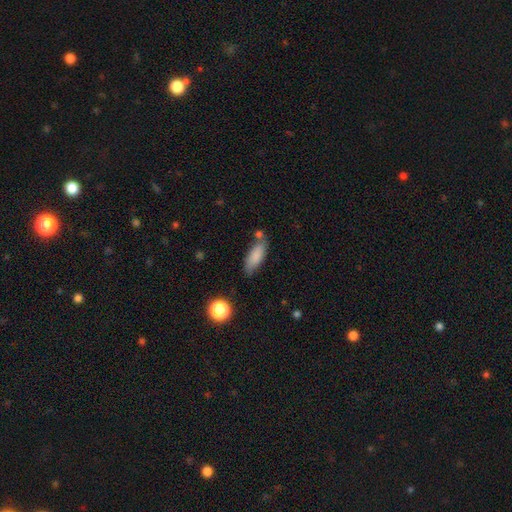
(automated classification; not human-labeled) Smooth or featured: smooth — 83% (featured or disk — 10%)
How rounded: in between — 72% (cigar-shaped — 26%)
Merging: none — 61% (minor disturbance — 21%)